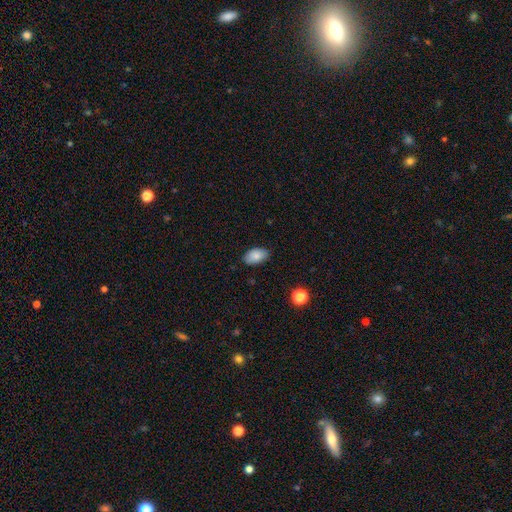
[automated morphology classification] Overall: smooth (85%). How rounded: in between (93%). Merging: none (84%).